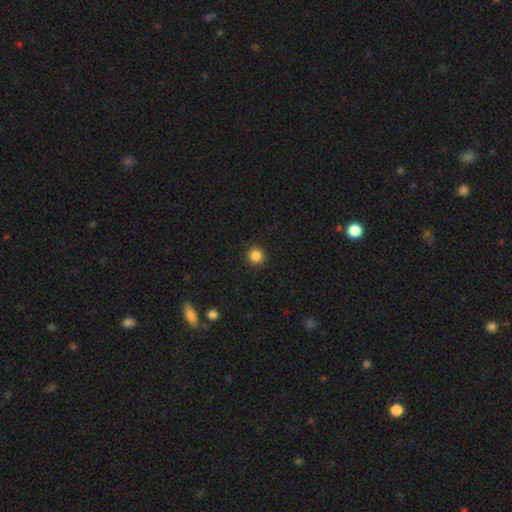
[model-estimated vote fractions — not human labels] smooth 86%, star or artifact 11%, featured or disk 3%. Down the decision tree: how rounded — round (94%); merging — none (91%).